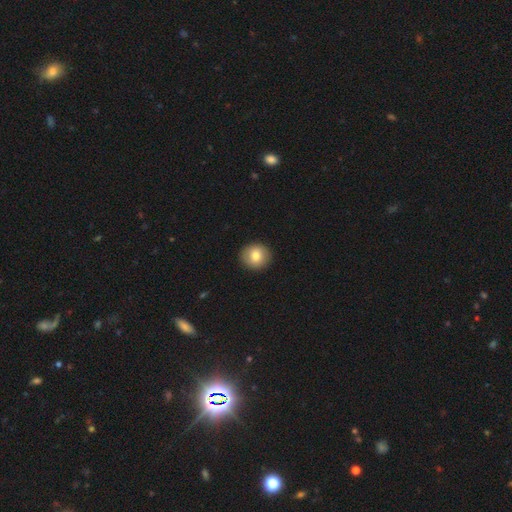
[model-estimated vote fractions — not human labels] smooth 80%, featured or disk 12%, star or artifact 8%. Down the decision tree: how rounded — round (89%); merging — none (92%).